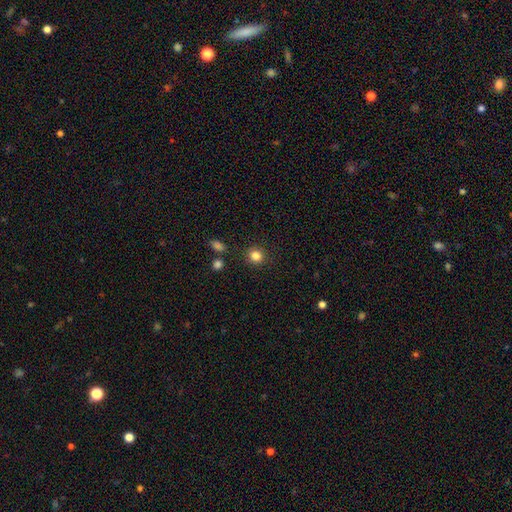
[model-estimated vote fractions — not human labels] smooth_or_featured: smooth (p=0.83) [alt: star or artifact p=0.12]
how_rounded: round (p=0.90) [alt: in between p=0.09]
merging: none (p=0.89) [alt: minor disturbance p=0.06]